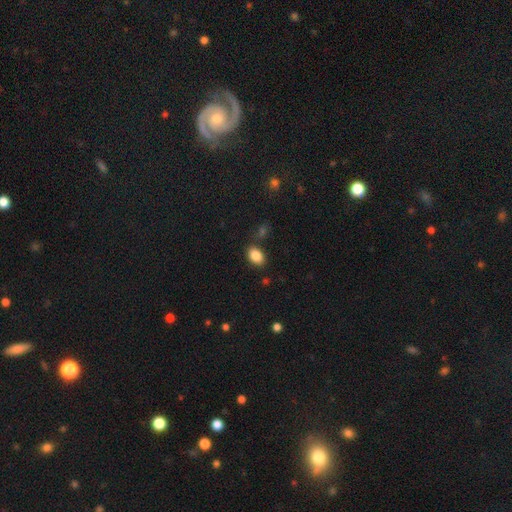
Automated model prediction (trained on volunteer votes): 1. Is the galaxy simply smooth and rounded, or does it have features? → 86% smooth, 9% star or artifact, 5% featured or disk.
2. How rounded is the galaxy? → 86% in between, 13% round, 1% cigar-shaped.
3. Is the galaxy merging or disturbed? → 82% none, 11% minor disturbance, 4% merger, 3% major disturbance.